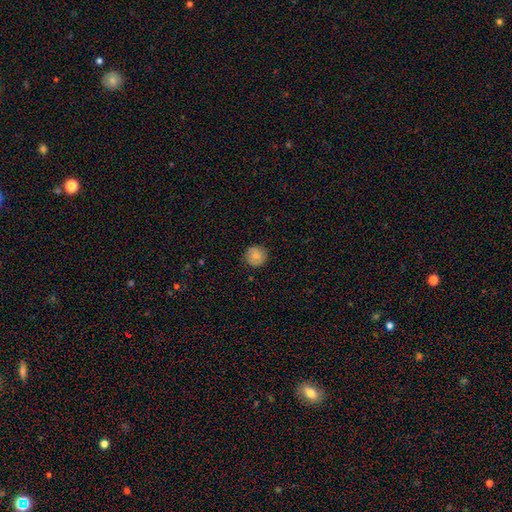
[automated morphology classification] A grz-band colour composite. It shows a smooth galaxy with no disk features (82%) that is round (94%). Merging: none (86%).